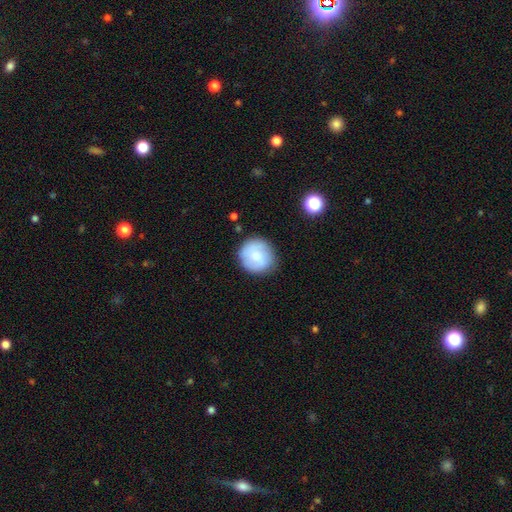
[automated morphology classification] Q: Smooth or featured?
A: smooth (65%); runner-up: featured or disk (28%)
Q: How rounded?
A: round (89%); runner-up: in between (10%)
Q: Merging?
A: none (82%); runner-up: minor disturbance (13%)